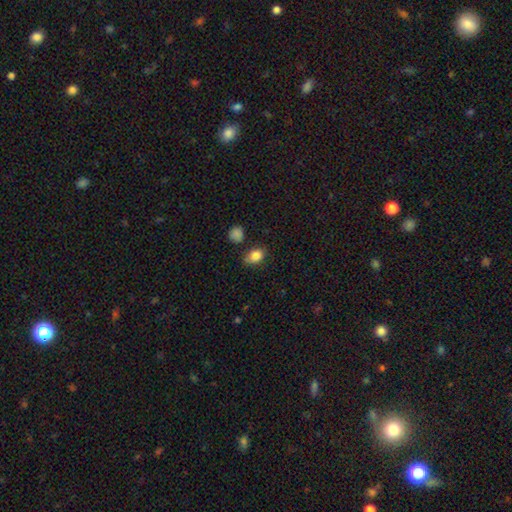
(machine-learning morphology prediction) Overall: smooth (84%). How rounded: in between (70%). Merging: none (68%).